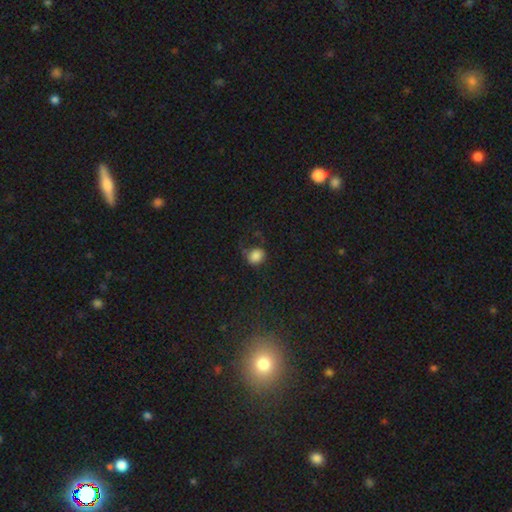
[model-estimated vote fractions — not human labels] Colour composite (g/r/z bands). It shows a smooth galaxy with no disk features (82%) that is round (68%). Merging: none (57%).